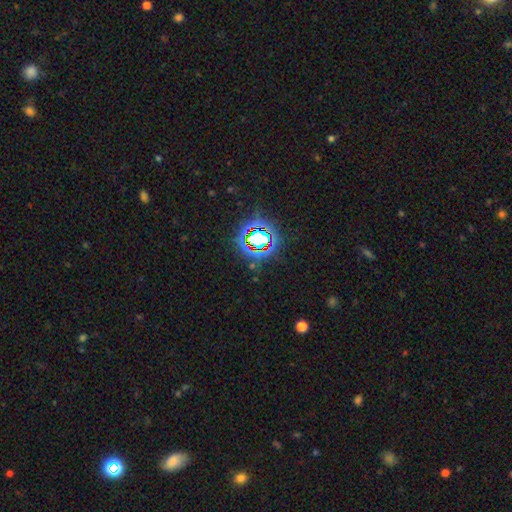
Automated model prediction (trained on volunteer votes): The model was most divided on "smooth or featured": star or artifact: 80%, smooth: 12%, featured or disk: 8%.